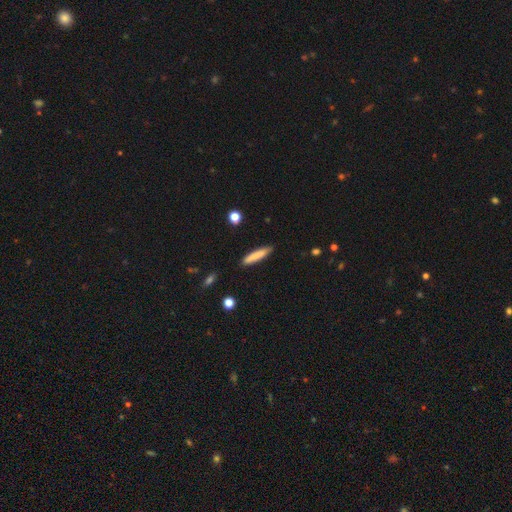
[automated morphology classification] Q: Smooth or featured?
A: smooth (80%); runner-up: featured or disk (13%)
Q: How rounded?
A: cigar-shaped (89%); runner-up: in between (9%)
Q: Merging?
A: none (87%); runner-up: minor disturbance (10%)